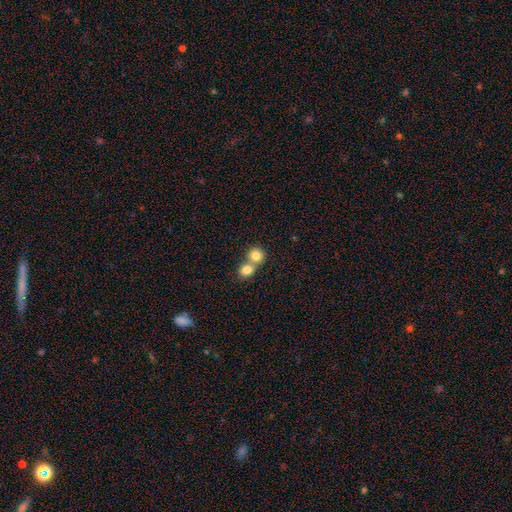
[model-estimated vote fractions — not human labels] A smooth galaxy with no disk features (81%) that is round (85%).

Vote fractions:
- Smooth or featured? smooth: 81% / star or artifact: 10% / featured or disk: 9%
- How rounded? round: 85% / in between: 14% / cigar-shaped: 1%
- Merging? merger: 58% / none: 36% / minor disturbance: 4% / major disturbance: 2%